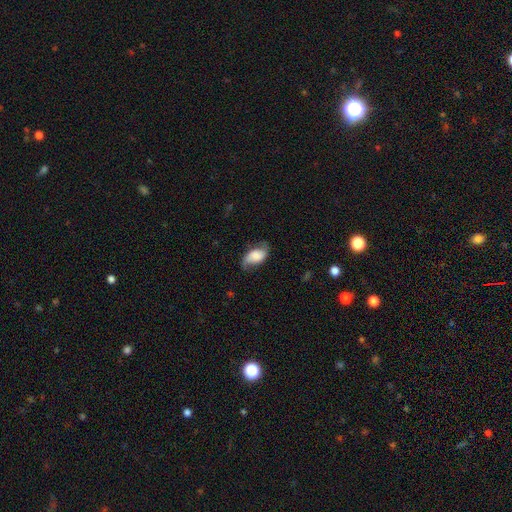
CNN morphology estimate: smooth 53%, featured or disk 39%, star or artifact 8%. Down the decision tree: how rounded — in between (91%); merging — none (58%).